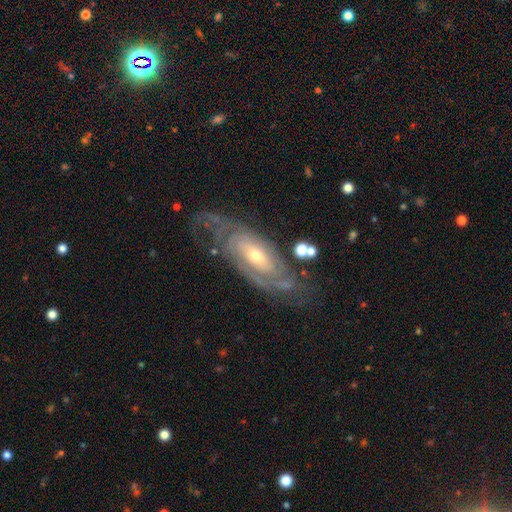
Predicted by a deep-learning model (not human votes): Smooth or featured? Predicted: featured or disk (p=0.87). Edge-on disk? Predicted: no (p=0.91). Bar? Predicted: no (p=0.60). Spiral arms? Predicted: yes (p=0.95). Spiral winding? Predicted: tight (p=0.69). Spiral arm count? Predicted: 2 (p=0.37). Bulge size? Predicted: moderate (p=0.50). Merging? Predicted: none (p=0.67).